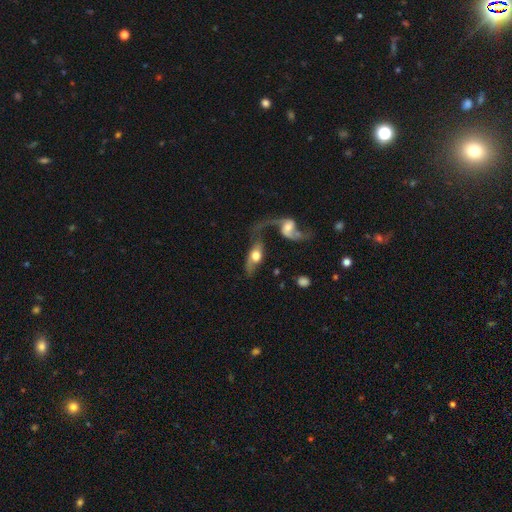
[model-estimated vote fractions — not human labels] Smooth or featured? Predicted: featured or disk (p=0.58). Edge-on disk? Predicted: no (p=0.74). Merging? Predicted: merger (p=0.36).